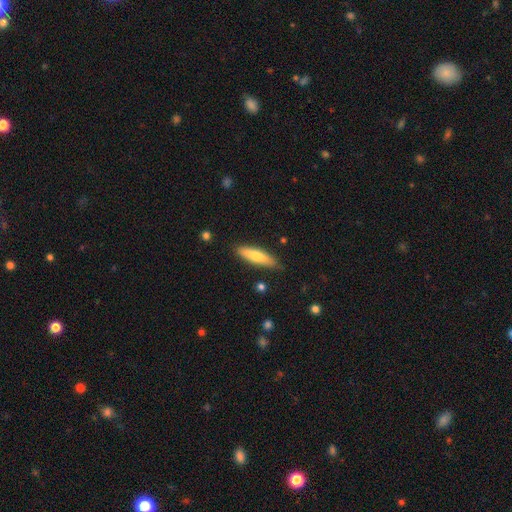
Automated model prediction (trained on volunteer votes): This appears to be a smooth galaxy with no disk features (68%) that is cigar-shaped (73%). Merging: none (84%).